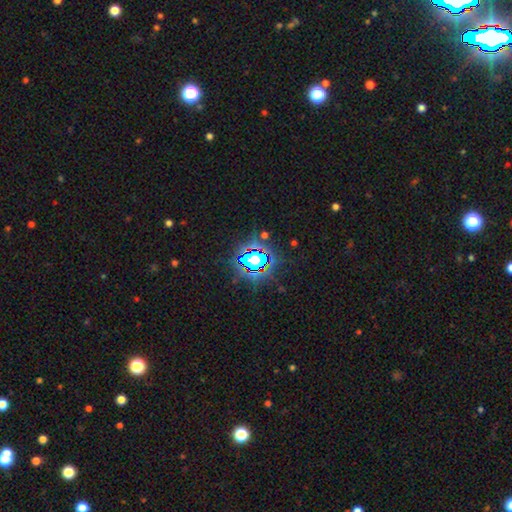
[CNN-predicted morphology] This is likely a star or artifact rather than a galaxy (78%).